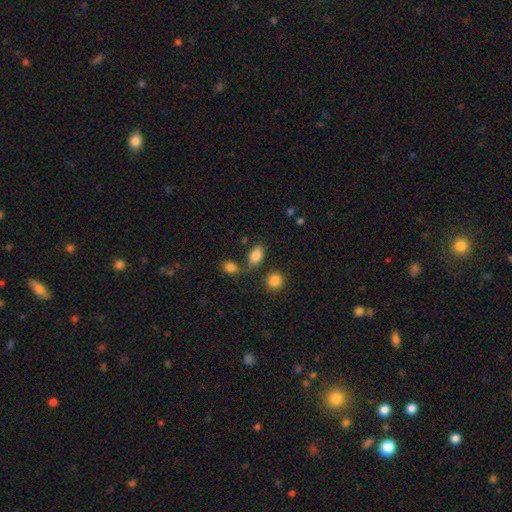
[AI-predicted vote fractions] smooth 84%, star or artifact 9%, featured or disk 7%. Down the decision tree: how rounded — in between (88%); merging — none (65%).